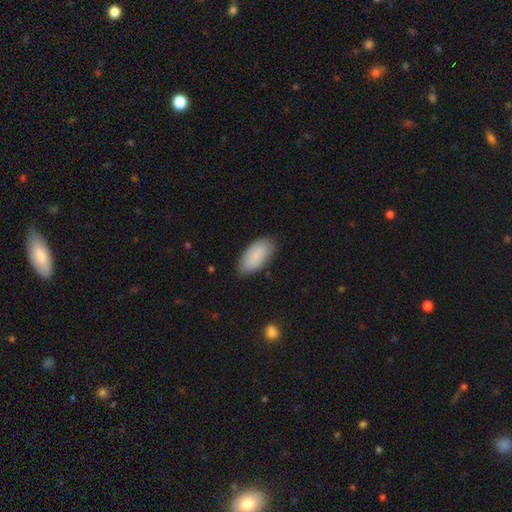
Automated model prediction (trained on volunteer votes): Smooth or featured: smooth — 82% (featured or disk — 11%)
How rounded: in between — 93% (cigar-shaped — 5%)
Merging: none — 79% (minor disturbance — 16%)